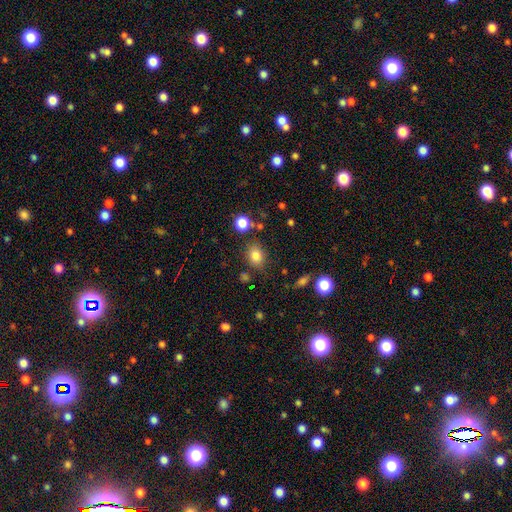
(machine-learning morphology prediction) smooth 82%, star or artifact 12%, featured or disk 7%. Down the decision tree: how rounded — in between (50%); merging — none (78%).